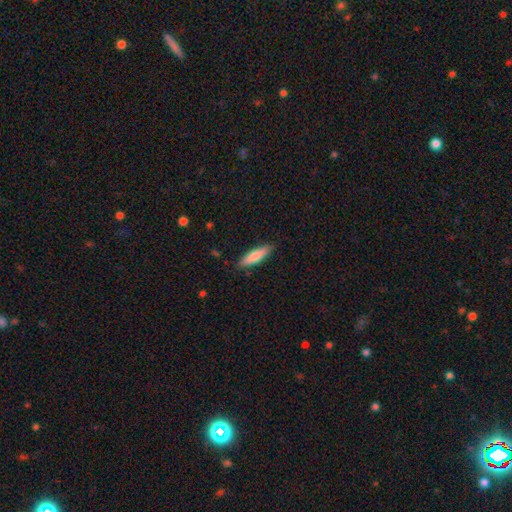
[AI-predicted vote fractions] Q: Smooth or featured?
A: smooth (77%); runner-up: featured or disk (17%)
Q: How rounded?
A: cigar-shaped (67%); runner-up: in between (32%)
Q: Merging?
A: none (87%); runner-up: minor disturbance (10%)